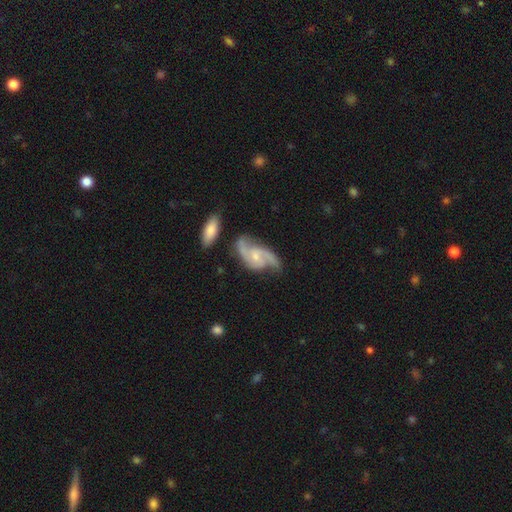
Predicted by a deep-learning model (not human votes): Smooth or featured: featured or disk — 86% (smooth — 9%)
Edge-on disk: no — 97% (yes — 3%)
Bar: no — 56% (weak — 36%)
Spiral arms: yes — 96% (no — 4%)
Spiral winding: loose — 52% (medium — 38%)
Spiral arm count: 2 — 88% (3 — 4%)
Bulge size: small — 61% (moderate — 31%)
Merging: none — 58% (minor disturbance — 22%)